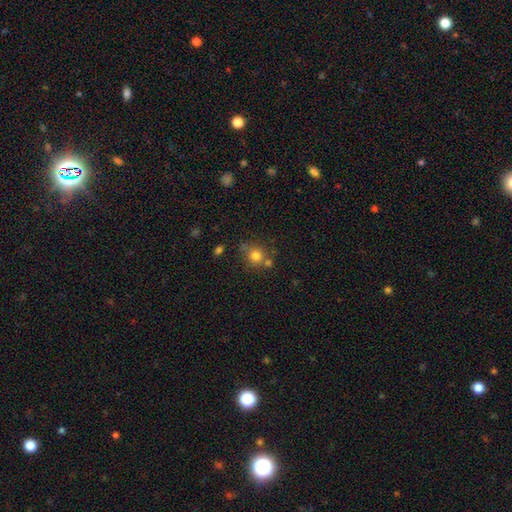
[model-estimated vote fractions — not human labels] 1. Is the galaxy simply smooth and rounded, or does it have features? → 78% smooth, 12% star or artifact, 10% featured or disk.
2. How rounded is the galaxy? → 84% round, 15% in between, 1% cigar-shaped.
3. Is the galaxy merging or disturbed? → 61% none, 20% merger, 14% minor disturbance, 5% major disturbance.